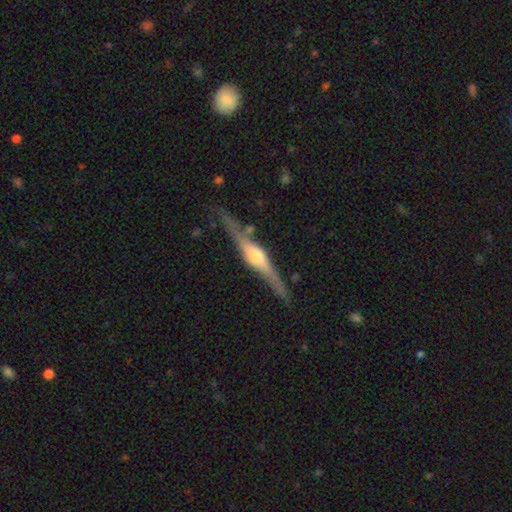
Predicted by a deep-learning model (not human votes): Smooth or featured? featured or disk (81%)
Edge-on disk? yes (97%)
Edge-on bulge? rounded (88%)
Merging? none (80%)